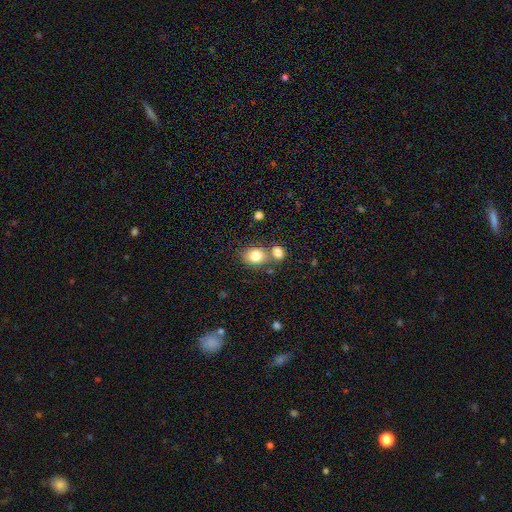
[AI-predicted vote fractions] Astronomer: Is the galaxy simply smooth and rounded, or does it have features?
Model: smooth — 82%.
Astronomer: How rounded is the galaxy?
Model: in between — 51% (runner-up: round, 48%).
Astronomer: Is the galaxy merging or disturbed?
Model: none — 55% (runner-up: merger, 31%).